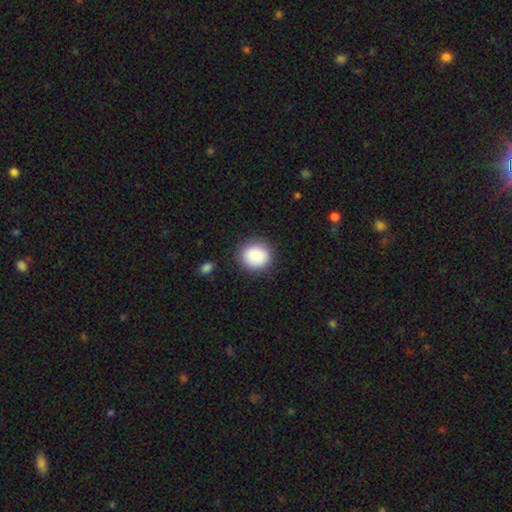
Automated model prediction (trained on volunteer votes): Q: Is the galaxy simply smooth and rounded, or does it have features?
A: smooth — 87%.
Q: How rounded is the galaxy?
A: round — 84%.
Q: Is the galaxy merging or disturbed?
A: none — 87%.